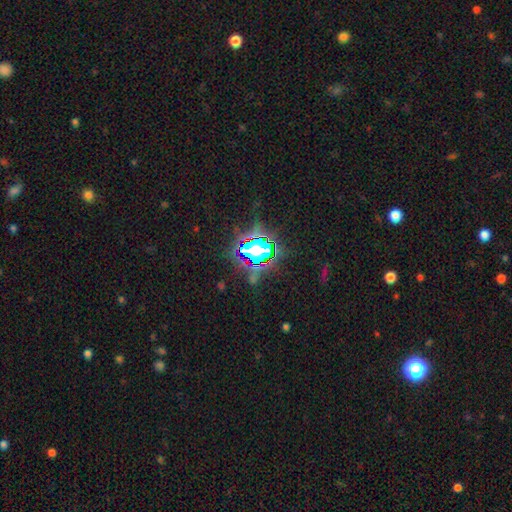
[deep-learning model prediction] star or artifact 78%, smooth 13%, featured or disk 9%.